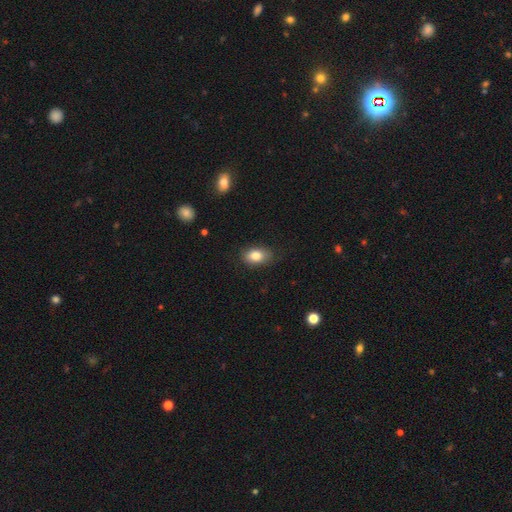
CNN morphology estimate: A smooth galaxy with no disk features (83%) that is in between round and cigar-shaped (84%). Merging: none (82%).